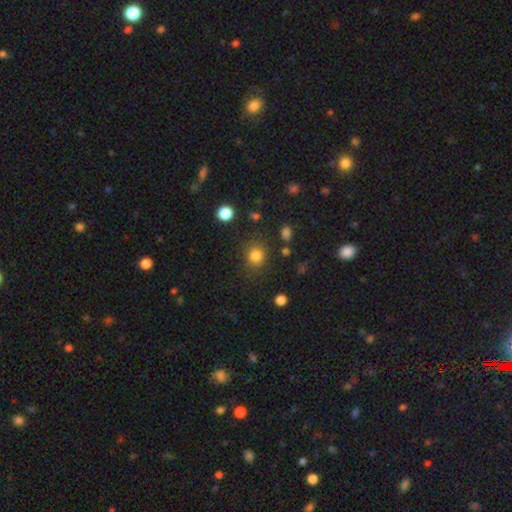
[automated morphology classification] Smooth or featured? smooth (82%)
How rounded? round (82%)
Merging? none (82%)